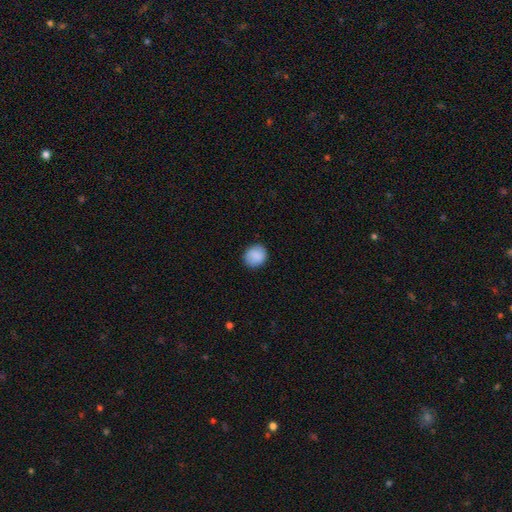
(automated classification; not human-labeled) The model was most divided on "how rounded": round: 85%, in between: 14%, cigar-shaped: 1%. More confident: smooth or featured — smooth (88%); merging — none (87%).